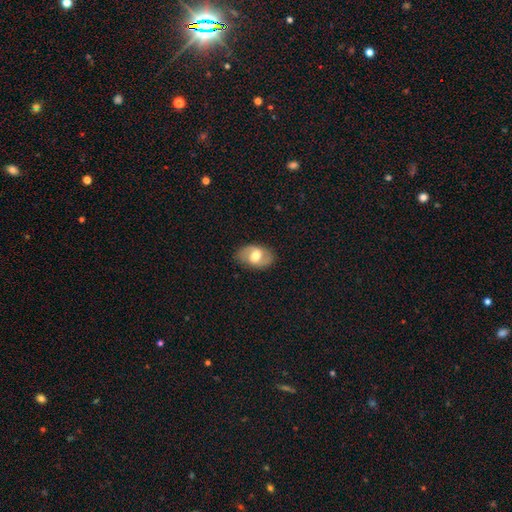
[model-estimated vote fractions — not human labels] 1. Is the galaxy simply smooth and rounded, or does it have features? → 50% featured or disk, 43% smooth, 7% star or artifact.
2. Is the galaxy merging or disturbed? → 82% none, 12% minor disturbance, 4% major disturbance, 1% merger.